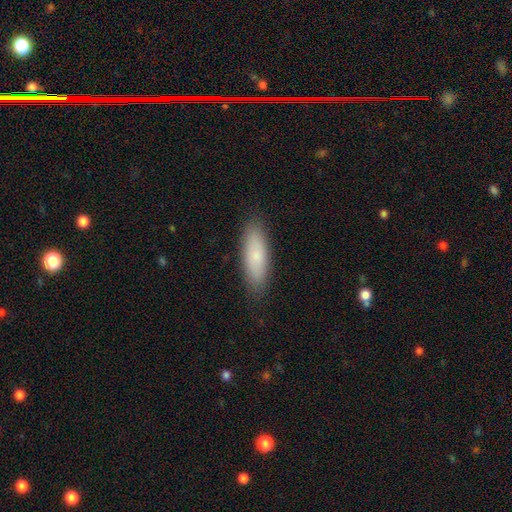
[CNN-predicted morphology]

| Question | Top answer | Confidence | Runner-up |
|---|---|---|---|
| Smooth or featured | smooth | 79% | featured or disk (14%) |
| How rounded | in between | 51% | cigar-shaped (47%) |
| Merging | none | 87% | minor disturbance (10%) |